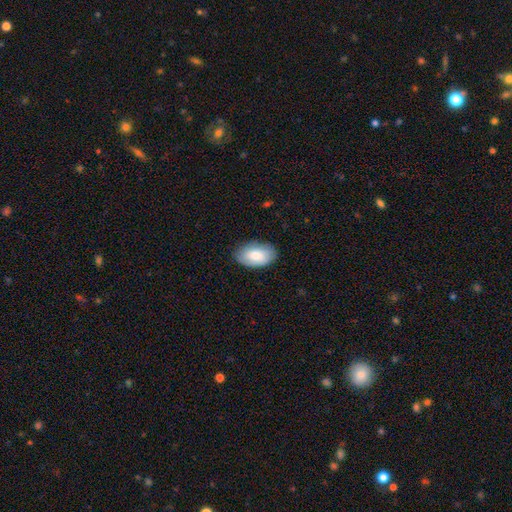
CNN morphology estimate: A smooth galaxy with no disk features (78%) that is in between round and cigar-shaped (94%). Merging: none (83%).